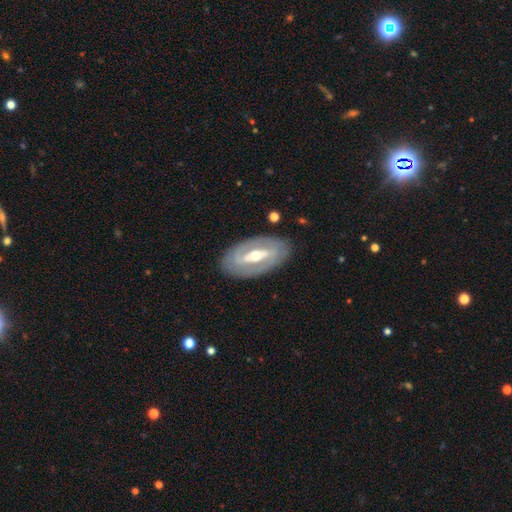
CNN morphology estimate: A featured or disk galaxy (78%) with a strong bar (57%), spiral arms (50%, tied with no) and a moderate central bulge (68%).

Vote fractions:
- Smooth or featured? featured or disk: 78% / smooth: 18% / star or artifact: 5%
- Edge-on disk? no: 88% / yes: 12%
- Bar? strong: 57% / weak: 27% / no: 16%
- Spiral arms? yes: 50% (tied) / no: 50% (tied)
- Bulge size? moderate: 68% / small: 24% / large: 6% / dominant: 1% / none: 1%
- Merging? none: 85% / minor disturbance: 10% / major disturbance: 4% / merger: 1%